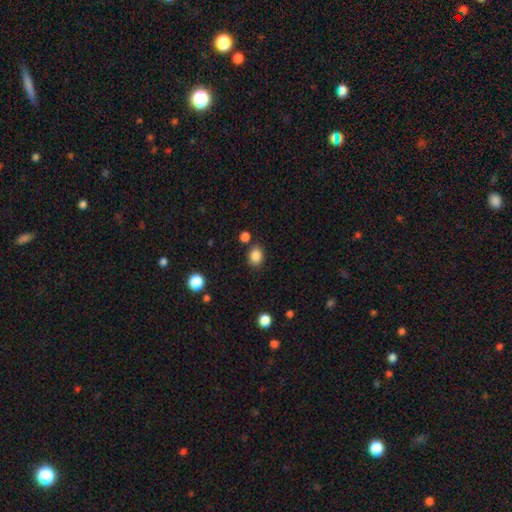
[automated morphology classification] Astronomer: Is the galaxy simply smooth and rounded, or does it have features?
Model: smooth — 85%.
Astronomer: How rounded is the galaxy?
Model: in between — 54% (runner-up: round, 45%).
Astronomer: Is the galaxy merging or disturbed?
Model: none — 79%.